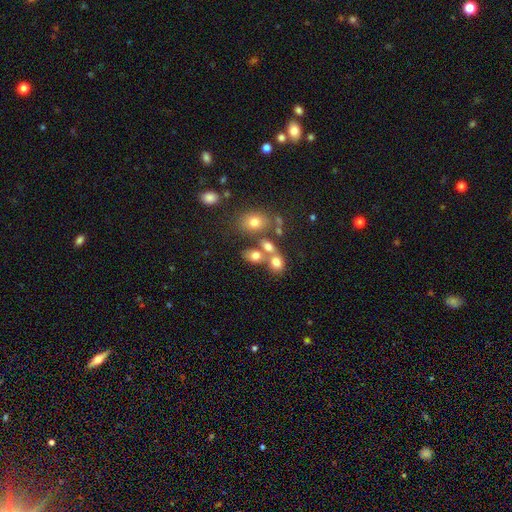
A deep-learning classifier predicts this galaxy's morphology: This is likely a smooth galaxy (69%). How rounded: possibly in between (59%). Merging: marginally none (42%).